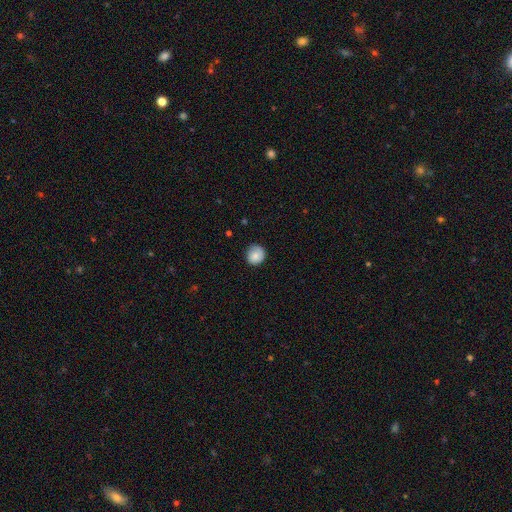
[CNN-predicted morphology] Smooth or featured?
  - smooth: 82% *
  - featured or disk: 10%
  - star or artifact: 7%
How rounded?
  - round: 90% *
  - in between: 9%
  - cigar-shaped: 1%
Merging?
  - none: 79% *
  - minor disturbance: 16%
  - major disturbance: 3%
  - merger: 1%